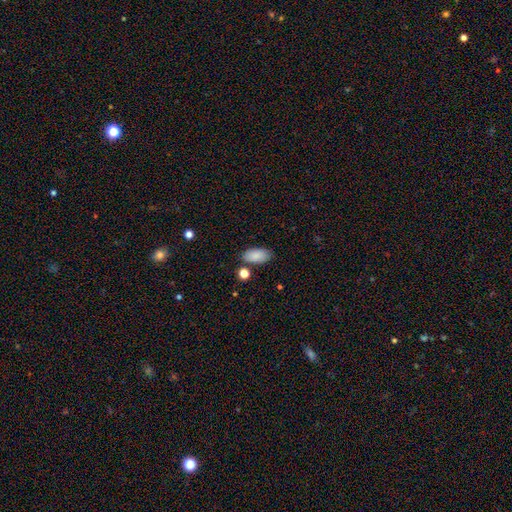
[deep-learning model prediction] This appears to be a smooth galaxy with no disk features (87%) that is in between round and cigar-shaped (93%). Merging: none (80%).